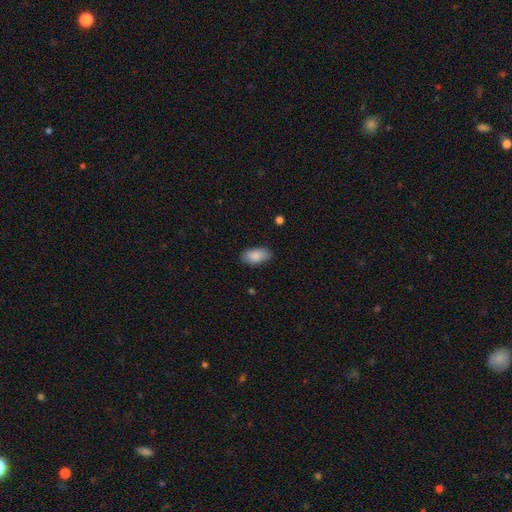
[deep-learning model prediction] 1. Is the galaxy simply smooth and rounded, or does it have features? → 88% smooth, 7% star or artifact, 5% featured or disk.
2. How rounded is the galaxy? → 93% in between, 4% cigar-shaped, 3% round.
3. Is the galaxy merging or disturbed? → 84% none, 12% minor disturbance, 3% major disturbance, 1% merger.